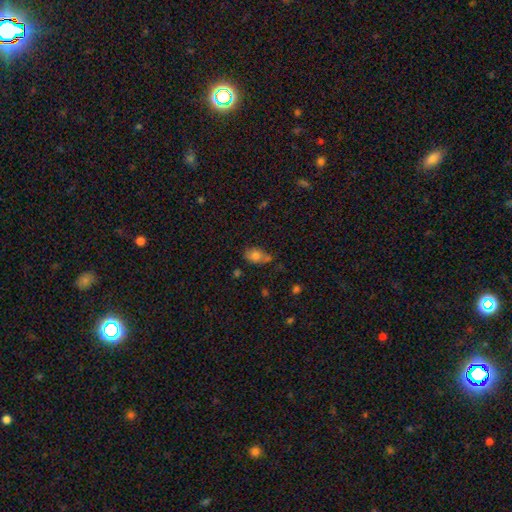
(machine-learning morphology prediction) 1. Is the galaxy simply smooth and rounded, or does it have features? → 77% smooth, 12% featured or disk, 11% star or artifact.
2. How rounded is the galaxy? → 78% in between, 20% round, 2% cigar-shaped.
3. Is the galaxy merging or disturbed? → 55% none, 23% minor disturbance, 15% merger, 6% major disturbance.